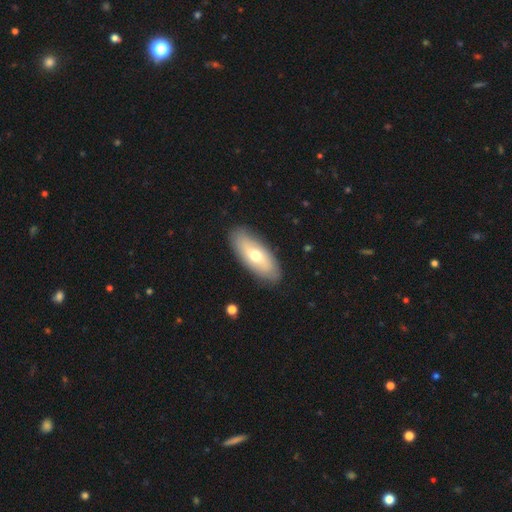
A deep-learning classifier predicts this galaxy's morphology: smooth 57%, featured or disk 37%, star or artifact 6%. Down the decision tree: how rounded — in between (82%); merging — none (87%).